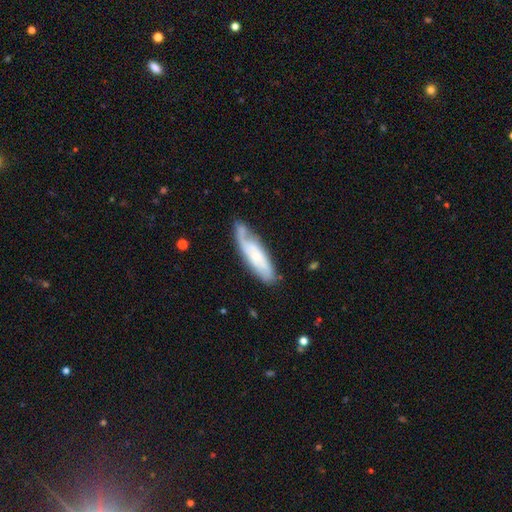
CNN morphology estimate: smooth_or_featured: featured or disk (p=0.62) [alt: smooth p=0.33]
disk_edge_on: no (p=0.76) [alt: yes p=0.24]
merging: none (p=0.63) [alt: minor disturbance p=0.25]